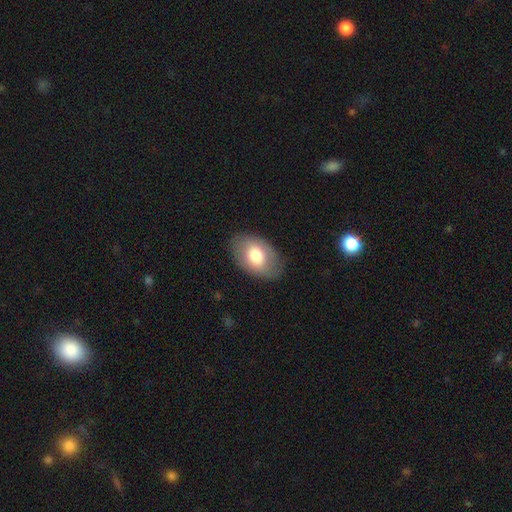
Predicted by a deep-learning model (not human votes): Overall: smooth (72%). How rounded: in between (89%). Merging: none (82%).